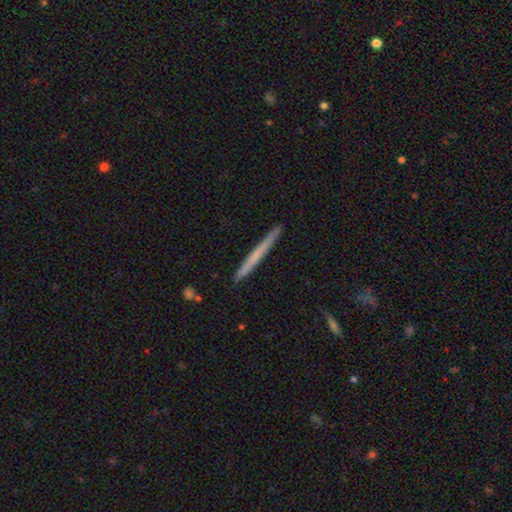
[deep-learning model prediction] Smooth or featured?
  - smooth: 53% *
  - featured or disk: 42%
  - star or artifact: 5%
How rounded?
  - cigar-shaped: 97% *
  - in between: 1%
  - round: 1%
Merging?
  - none: 92% *
  - minor disturbance: 6%
  - major disturbance: 1%
  - merger: 1%